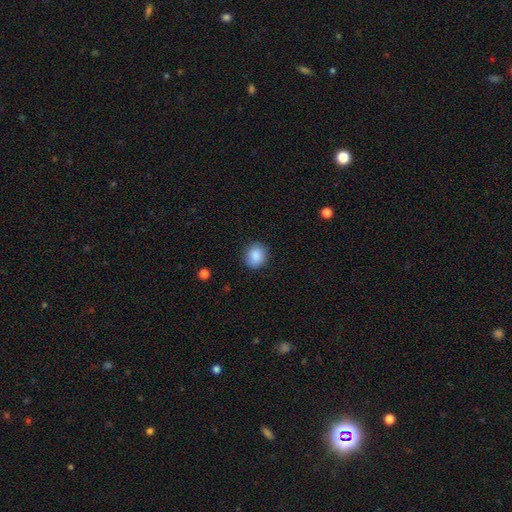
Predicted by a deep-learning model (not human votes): smooth-or-featured: smooth: 88% | star or artifact: 8% | featured or disk: 4%
  how-rounded: round: 78% | in between: 21% | cigar-shaped: 1%
  merging: none: 89% | minor disturbance: 8% | major disturbance: 2% | merger: 1%